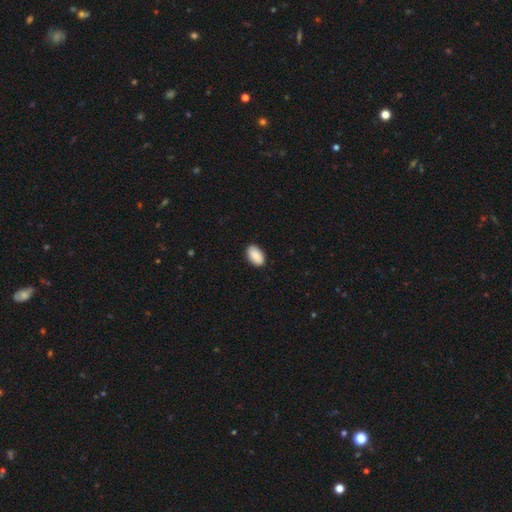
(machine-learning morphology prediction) This appears to be a smooth galaxy with no disk features (89%) that is in between round and cigar-shaped (94%). Merging: none (88%).